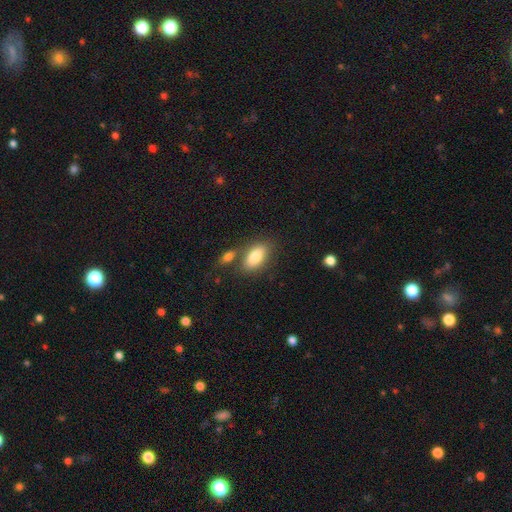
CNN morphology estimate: type=smooth (81%); roundness=in between (89%); merging=none (64%).